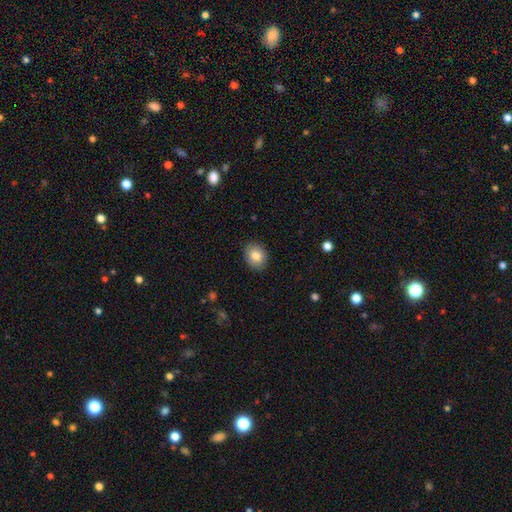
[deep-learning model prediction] Smooth or featured? smooth (84%)
How rounded? in between (51%)
Merging? none (87%)